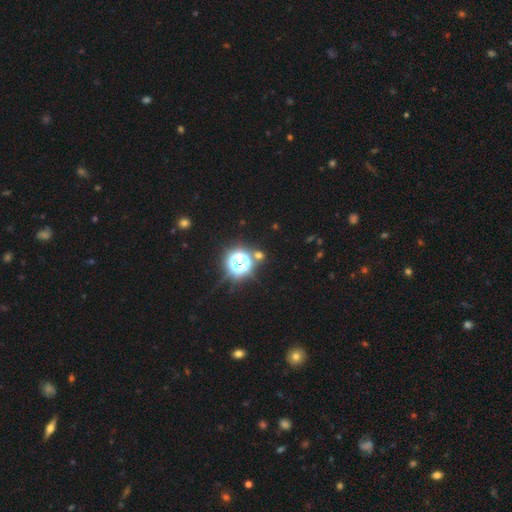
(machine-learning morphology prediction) Smooth or featured: star or artifact — 71% (smooth — 21%)